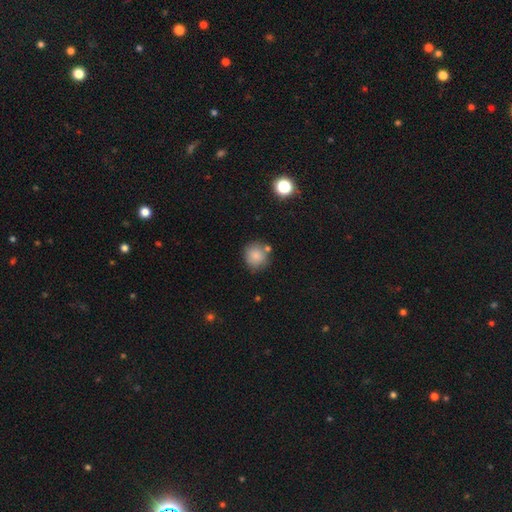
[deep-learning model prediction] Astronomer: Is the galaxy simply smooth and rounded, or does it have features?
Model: smooth — 83%.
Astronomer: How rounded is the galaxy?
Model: round — 86%.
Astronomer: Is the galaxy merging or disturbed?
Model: none — 70%.